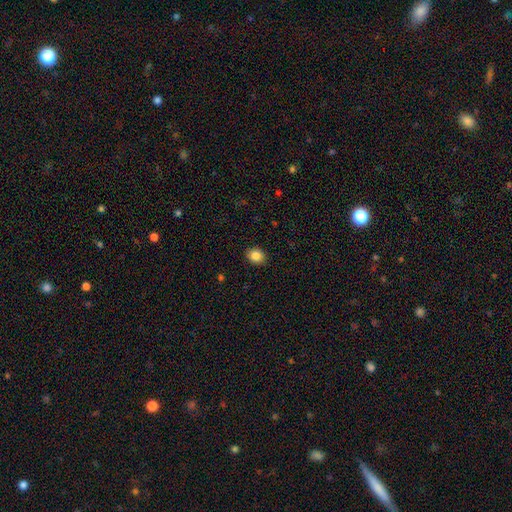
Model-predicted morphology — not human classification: Overall: smooth (85%). How rounded: round (50%; in between 49%). Merging: none (90%).